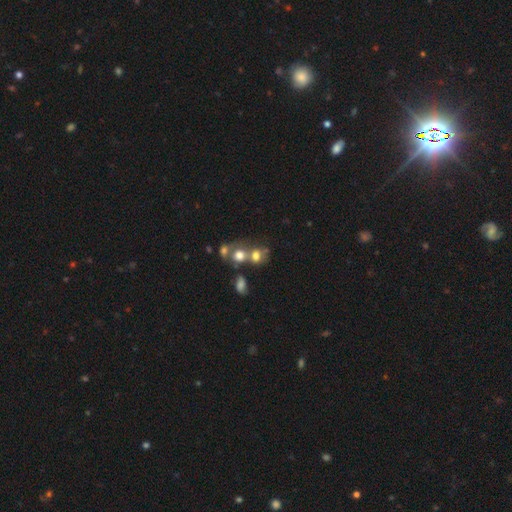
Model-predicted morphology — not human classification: The model was most divided on "merging": merger: 50%, none: 32%, minor disturbance: 10%, major disturbance: 7%. More confident: smooth or featured — smooth (67%); how rounded — round (63%).